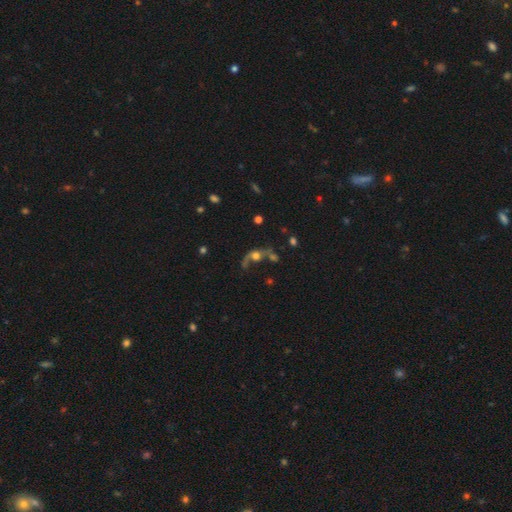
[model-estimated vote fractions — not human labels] Q: Smooth or featured?
A: featured or disk (49%); runner-up: smooth (35%)
Q: Merging?
A: major disturbance (33%); runner-up: none (27%)